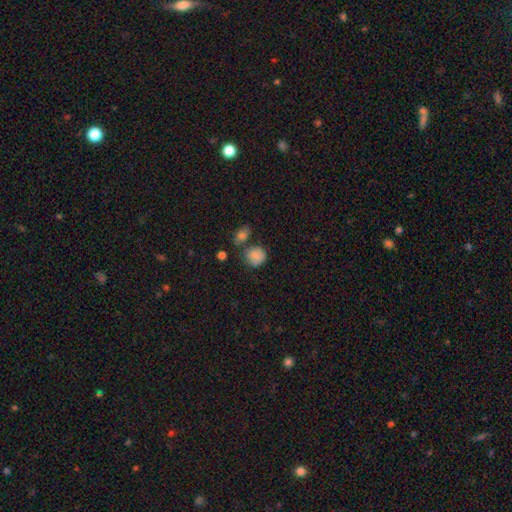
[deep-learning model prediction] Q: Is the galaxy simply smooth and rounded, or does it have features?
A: smooth — 83%.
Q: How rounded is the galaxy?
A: round — 70%.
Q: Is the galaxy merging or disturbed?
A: none — 57%.